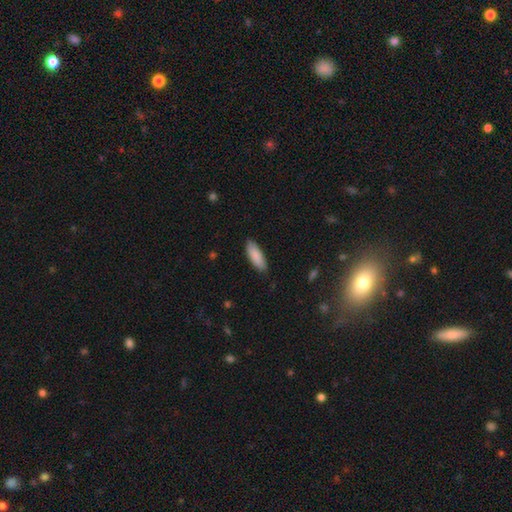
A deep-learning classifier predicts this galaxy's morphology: Smooth or featured? smooth (88%)
How rounded? in between (65%)
Merging? none (85%)